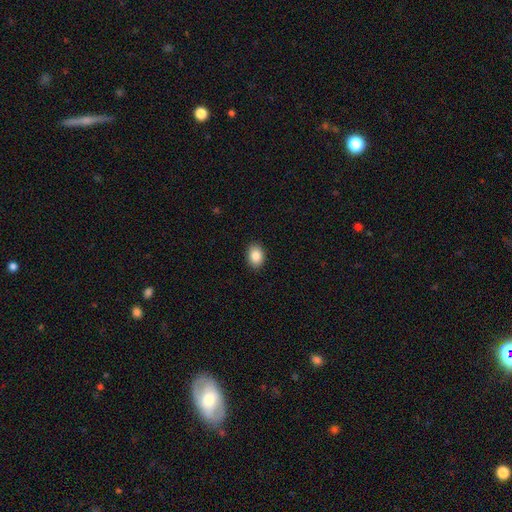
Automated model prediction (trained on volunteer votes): smooth_or_featured: smooth (p=0.87) [alt: star or artifact p=0.08]
how_rounded: in between (p=0.74) [alt: round p=0.25]
merging: none (p=0.90) [alt: minor disturbance p=0.07]